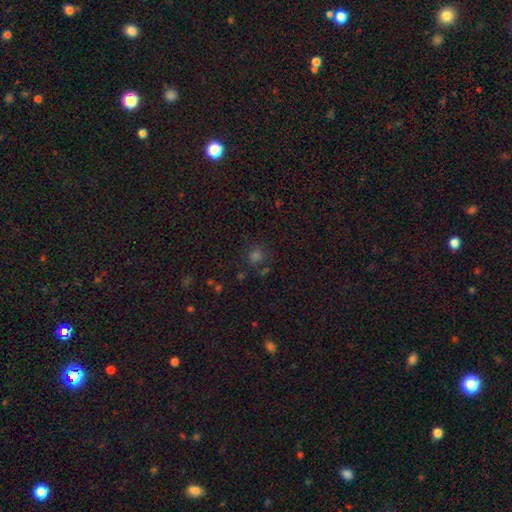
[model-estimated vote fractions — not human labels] smooth_or_featured: smooth (p=0.58) [alt: star or artifact p=0.35]
how_rounded: round (p=0.84) [alt: in between p=0.15]
merging: none (p=0.76) [alt: minor disturbance p=0.13]